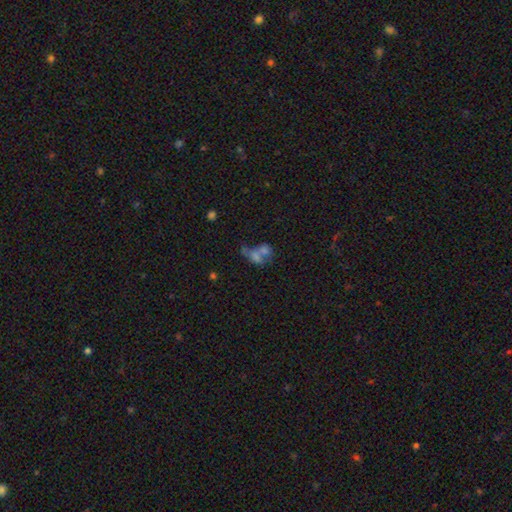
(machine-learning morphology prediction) Smooth or featured? Predicted: smooth (p=0.53). How rounded? Predicted: in between (p=0.64). Merging? Predicted: merger (p=0.58).